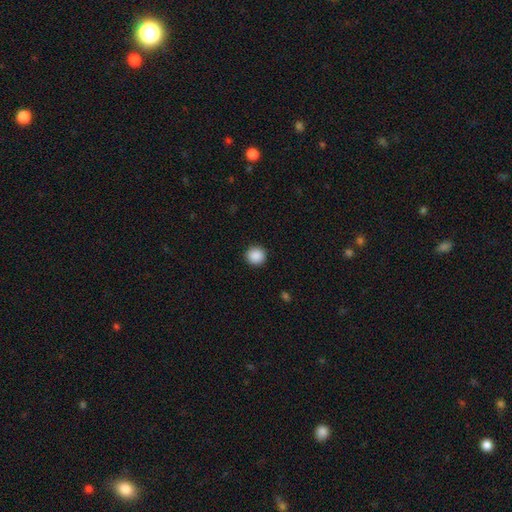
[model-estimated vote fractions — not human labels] This is clearly a smooth galaxy (89%). How rounded: clearly round (94%). Merging: clearly none (92%).